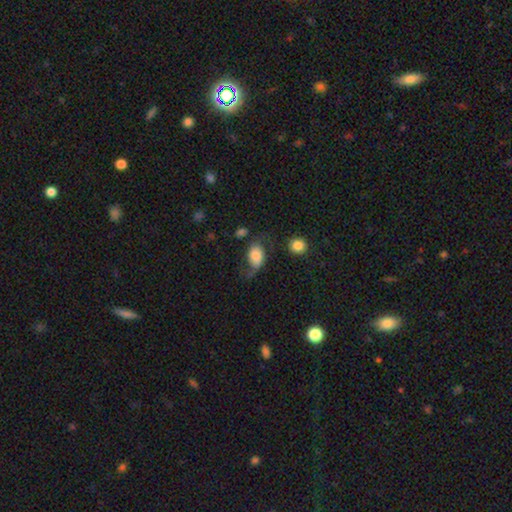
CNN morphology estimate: Q: Smooth or featured?
A: smooth (57%); runner-up: featured or disk (35%)
Q: How rounded?
A: in between (79%); runner-up: round (19%)
Q: Merging?
A: none (43%); runner-up: minor disturbance (28%)